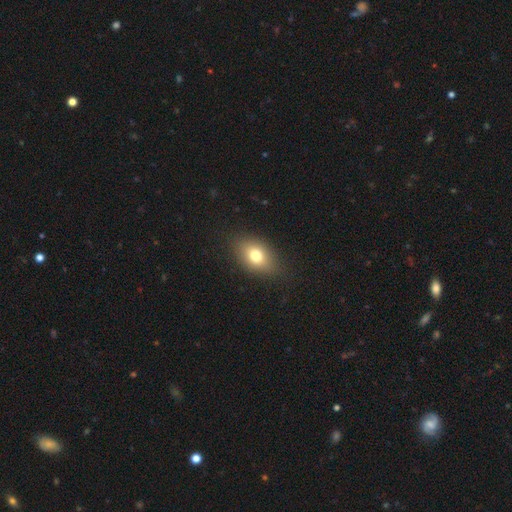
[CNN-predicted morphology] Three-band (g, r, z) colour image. It shows a smooth galaxy with no disk features (76%) that is in between round and cigar-shaped (80%). Merging: none (84%).